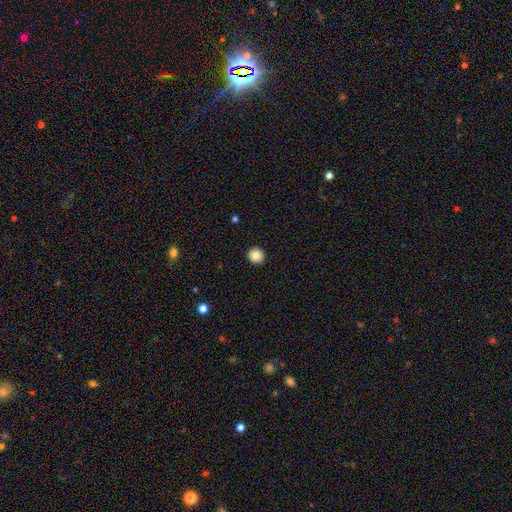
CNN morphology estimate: smooth_or_featured: smooth (p=0.84) [alt: star or artifact p=0.09]
how_rounded: round (p=0.90) [alt: in between p=0.09]
merging: none (p=0.92) [alt: minor disturbance p=0.05]